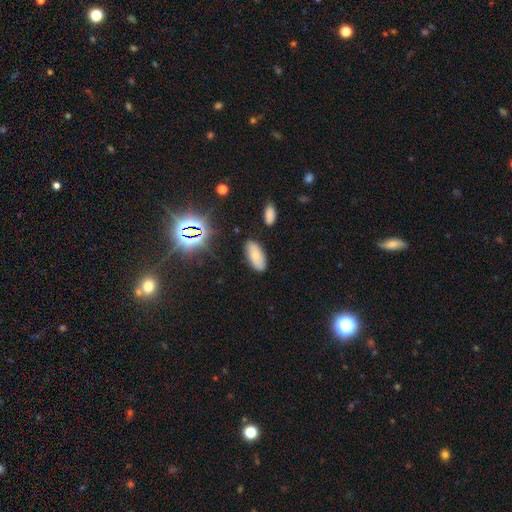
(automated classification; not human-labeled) smooth_or_featured: smooth (p=0.70) [alt: featured or disk p=0.17]
how_rounded: in between (p=0.90) [alt: cigar-shaped p=0.07]
merging: none (p=0.83) [alt: minor disturbance p=0.12]